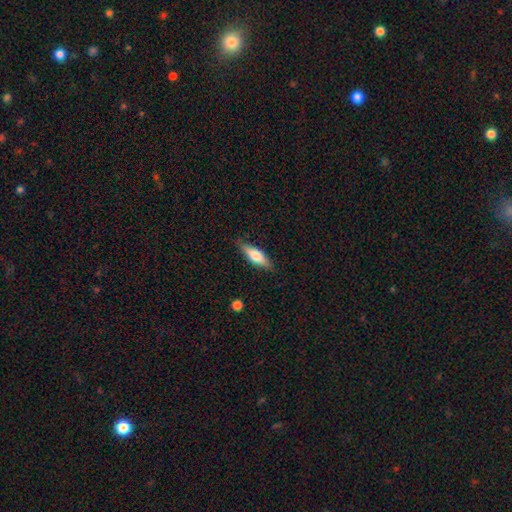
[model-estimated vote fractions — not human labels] Smooth or featured?
  - smooth: 63% *
  - featured or disk: 31%
  - star or artifact: 6%
How rounded?
  - in between: 52% *
  - cigar-shaped: 45%
  - round: 2%
Merging?
  - none: 84% *
  - minor disturbance: 13%
  - major disturbance: 3%
  - merger: 1%